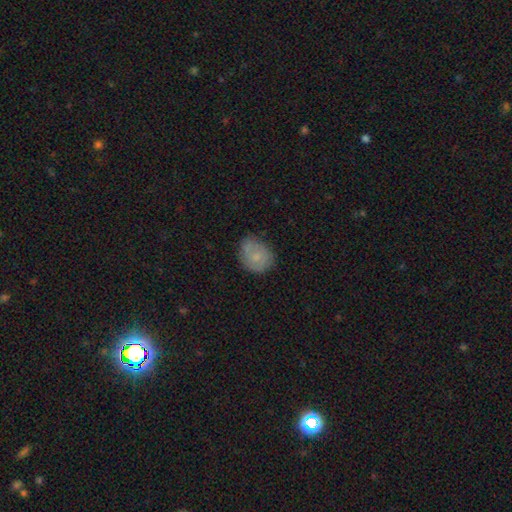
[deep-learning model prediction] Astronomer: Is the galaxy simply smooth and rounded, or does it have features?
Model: smooth — 70%.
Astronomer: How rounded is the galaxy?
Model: in between — 49%, tied with round at 49%.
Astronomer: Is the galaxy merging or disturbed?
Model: none — 63%.